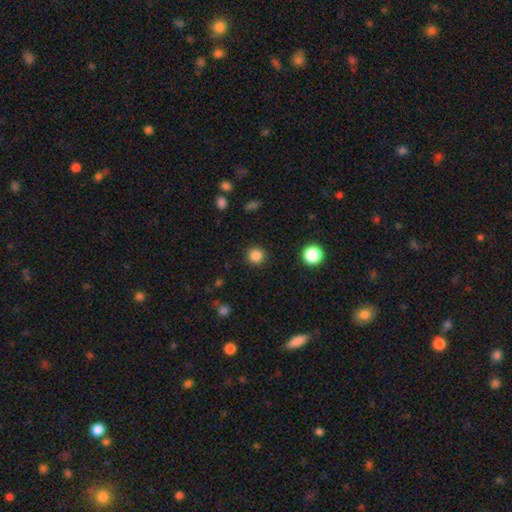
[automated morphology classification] type=smooth (84%); roundness=round (95%); merging=none (91%).